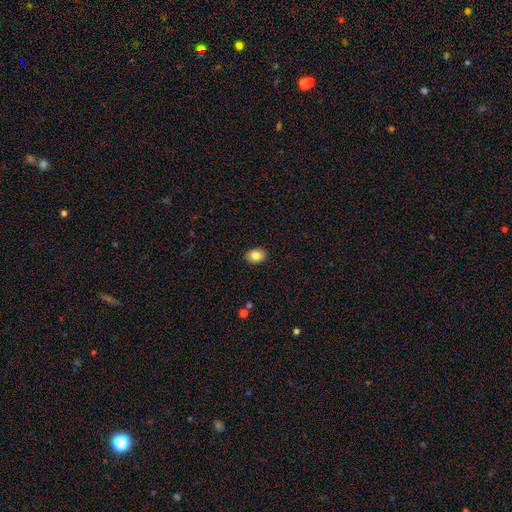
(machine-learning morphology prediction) A smooth galaxy with no disk features (83%) that is in between round and cigar-shaped (72%). Merging: none (89%).